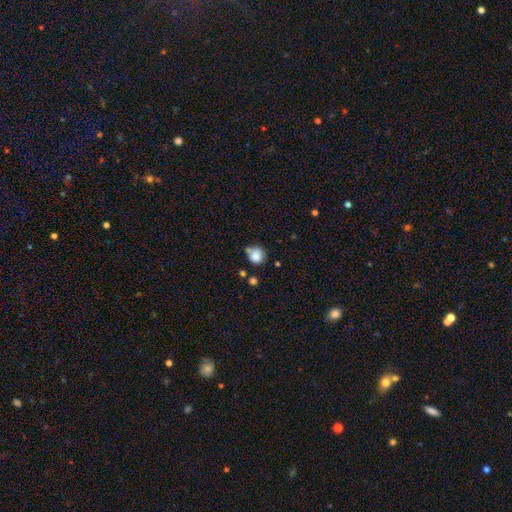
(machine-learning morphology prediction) smooth-or-featured: smooth: 83% | star or artifact: 10% | featured or disk: 7%
  how-rounded: round: 85% | in between: 14% | cigar-shaped: 1%
  merging: none: 56% | merger: 19% | minor disturbance: 19% | major disturbance: 6%